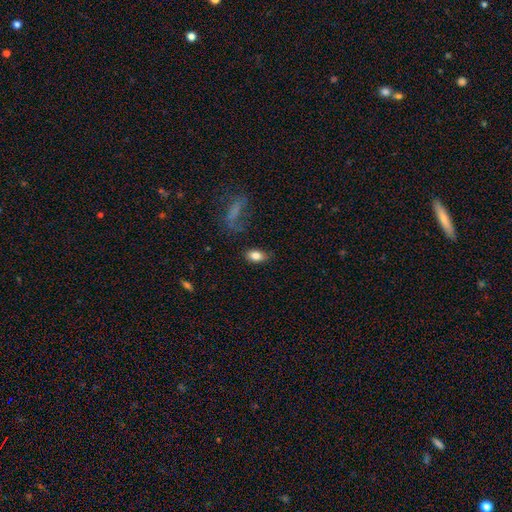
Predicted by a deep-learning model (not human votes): A smooth galaxy with no disk features (83%) that is in between round and cigar-shaped (89%).

Vote fractions:
- Smooth or featured? smooth: 83% / featured or disk: 9% / star or artifact: 8%
- How rounded? in between: 89% / round: 8% / cigar-shaped: 3%
- Merging? none: 79% / minor disturbance: 15% / major disturbance: 4% / merger: 2%